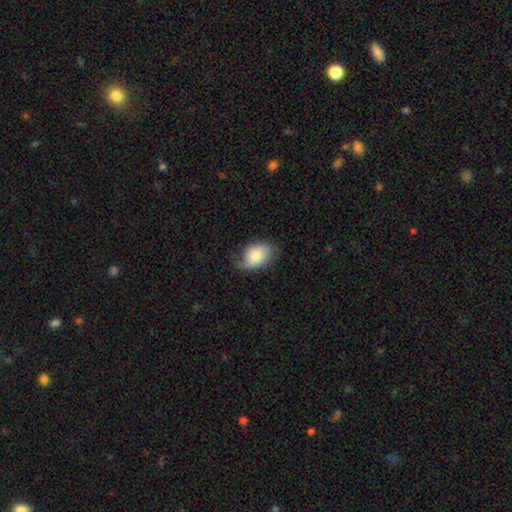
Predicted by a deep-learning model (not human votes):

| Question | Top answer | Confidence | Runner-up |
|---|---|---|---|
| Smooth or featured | smooth | 72% | featured or disk (21%) |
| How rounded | in between | 85% | round (14%) |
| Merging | none | 52% | minor disturbance (35%) |